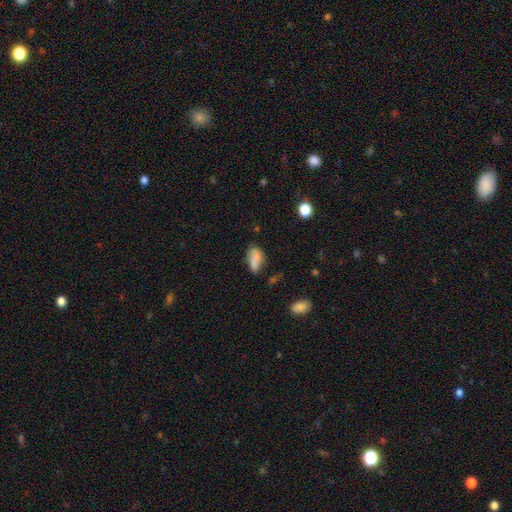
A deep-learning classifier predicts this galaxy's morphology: type=smooth (75%); roundness=in between (85%); merging=none (50%).